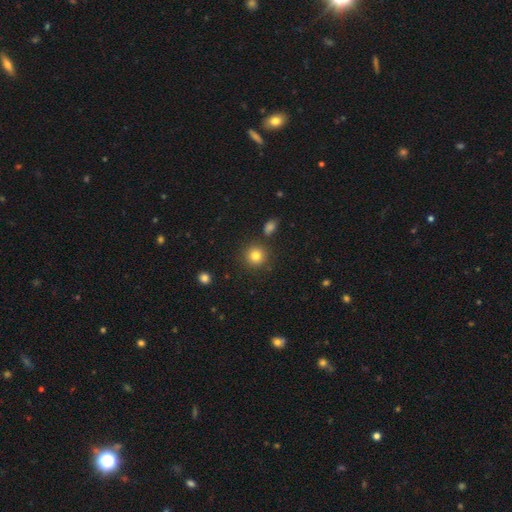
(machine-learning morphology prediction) Smooth or featured? Predicted: smooth (p=0.81). How rounded? Predicted: round (p=0.92). Merging? Predicted: none (p=0.87).